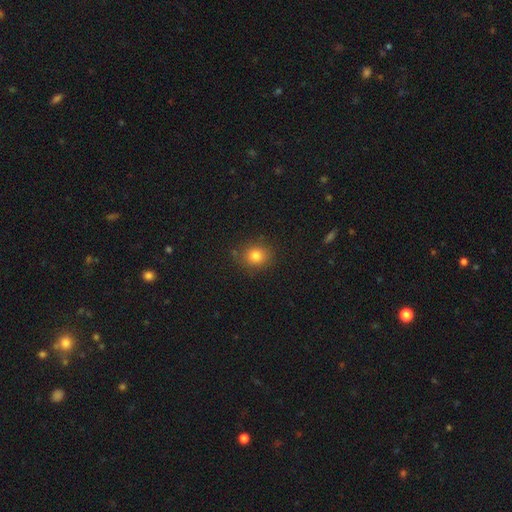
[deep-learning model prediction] This is clearly a smooth galaxy (80%). How rounded: likely round (78%). Merging: clearly none (84%).